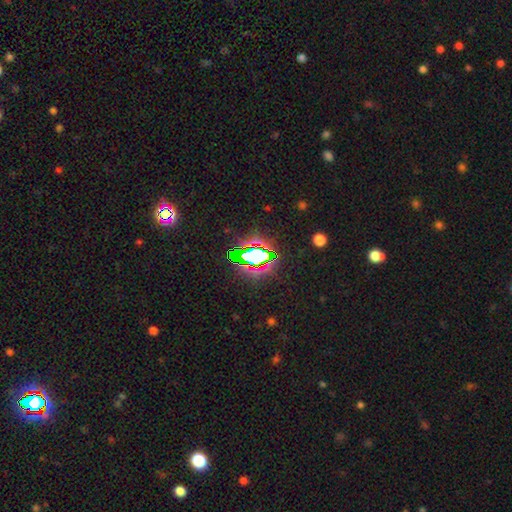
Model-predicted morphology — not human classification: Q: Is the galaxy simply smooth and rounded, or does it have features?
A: star or artifact — 69%.